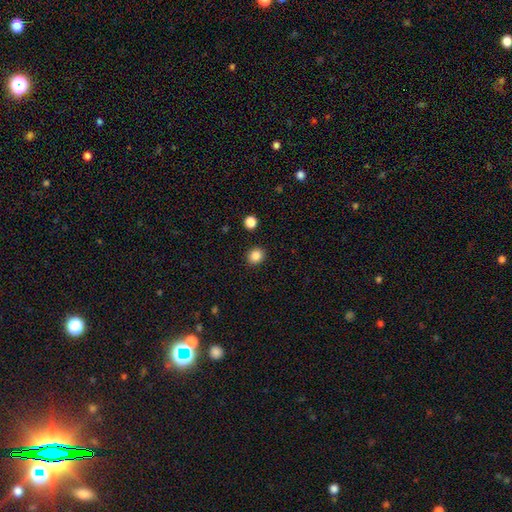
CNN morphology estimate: A smooth galaxy with no disk features (86%) that is round (76%).

Vote fractions:
- Smooth or featured? smooth: 86% / star or artifact: 10% / featured or disk: 4%
- How rounded? round: 76% / in between: 24% / cigar-shaped: 1%
- Merging? none: 91% / minor disturbance: 6% / major disturbance: 2% / merger: 2%